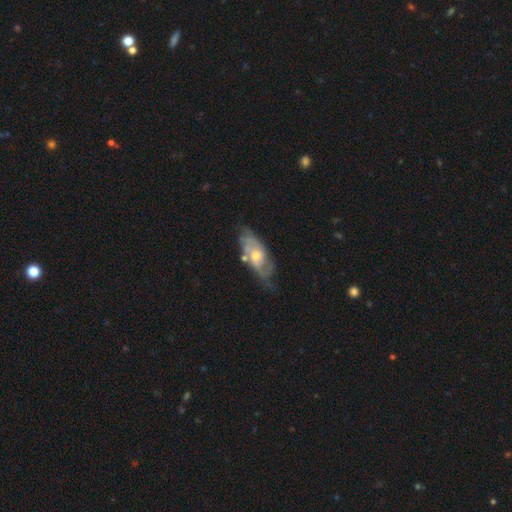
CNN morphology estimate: Smooth or featured? featured or disk (71%)
Edge-on disk? no (87%)
Bar? no (72%)
Spiral arms? yes (78%)
Bulge size? moderate (62%)
Merging? none (56%)